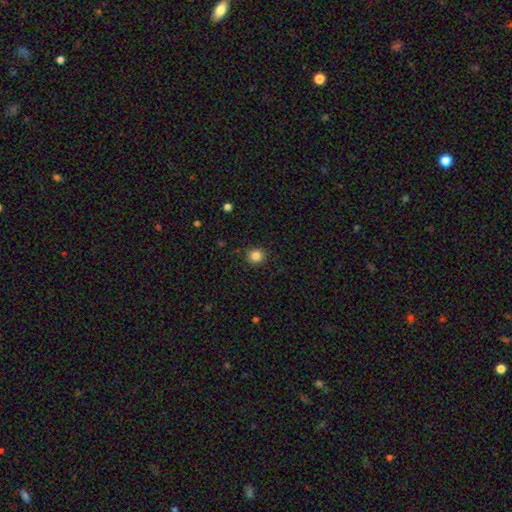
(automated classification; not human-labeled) smooth-or-featured: smooth: 84% | star or artifact: 11% | featured or disk: 5%
  how-rounded: round: 92% | in between: 7% | cigar-shaped: 1%
  merging: none: 91% | minor disturbance: 6% | major disturbance: 2% | merger: 1%